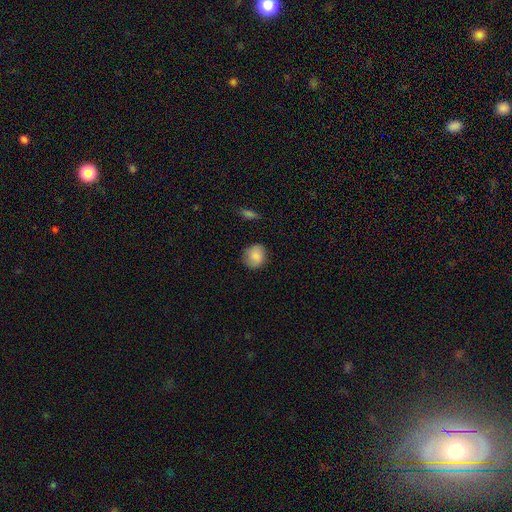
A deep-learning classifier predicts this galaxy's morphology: type=smooth (83%); roundness=round (80%); merging=none (79%).